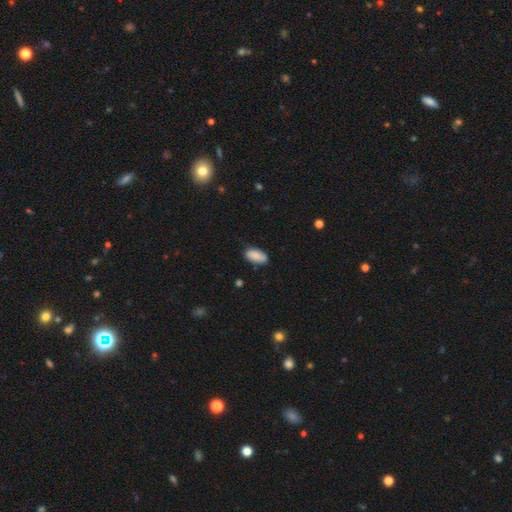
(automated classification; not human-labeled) A smooth galaxy with no disk features (88%) that is in between round and cigar-shaped (92%).

Vote fractions:
- Smooth or featured? smooth: 88% / star or artifact: 7% / featured or disk: 5%
- How rounded? in between: 92% / cigar-shaped: 5% / round: 3%
- Merging? none: 77% / minor disturbance: 18% / major disturbance: 3% / merger: 2%